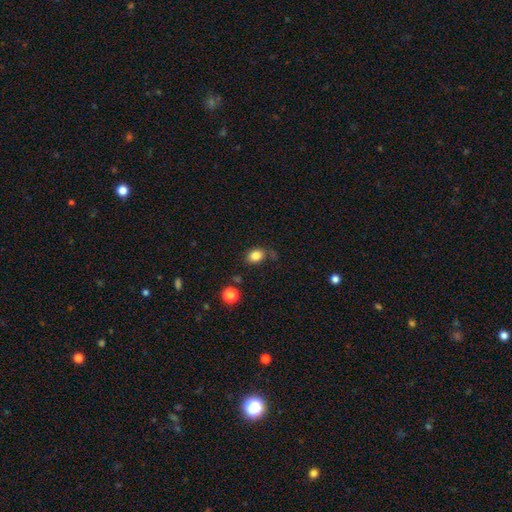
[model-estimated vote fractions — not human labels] Q: Smooth or featured?
A: smooth (82%); runner-up: star or artifact (11%)
Q: How rounded?
A: in between (62%); runner-up: round (37%)
Q: Merging?
A: none (74%); runner-up: minor disturbance (17%)